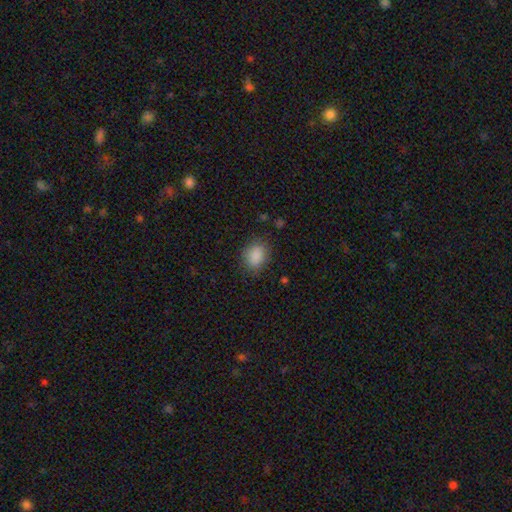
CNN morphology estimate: A smooth galaxy with no disk features (87%) that is in between round and cigar-shaped (61%).

Vote fractions:
- Smooth or featured? smooth: 87% / star or artifact: 9% / featured or disk: 4%
- How rounded? in between: 61% / round: 37% / cigar-shaped: 1%
- Merging? none: 82% / minor disturbance: 13% / major disturbance: 4% / merger: 1%